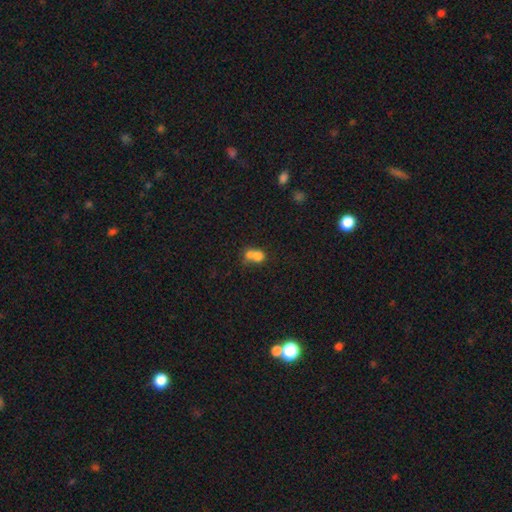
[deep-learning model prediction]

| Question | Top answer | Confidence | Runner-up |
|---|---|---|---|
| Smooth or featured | smooth | 72% | featured or disk (17%) |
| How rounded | round | 65% | in between (33%) |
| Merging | merger | 67% | none (22%) |